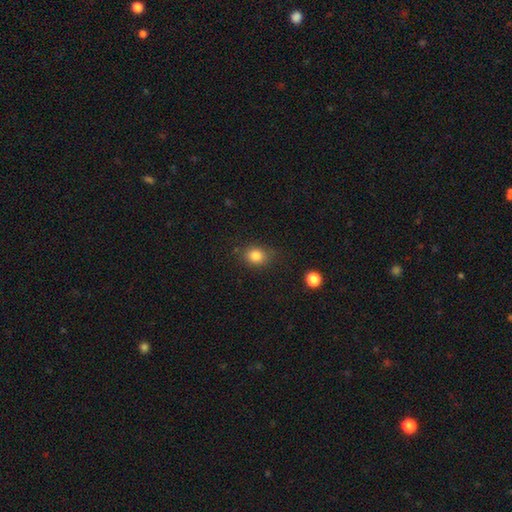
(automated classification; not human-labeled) smooth_or_featured: smooth (p=0.83) [alt: star or artifact p=0.11]
how_rounded: round (p=0.57) [alt: in between p=0.42]
merging: none (p=0.79) [alt: minor disturbance p=0.15]